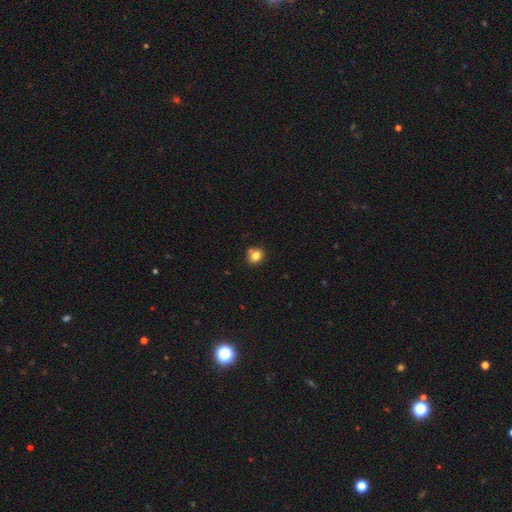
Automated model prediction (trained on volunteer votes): Overall: smooth (80%). How rounded: round (77%). Merging: none (69%).